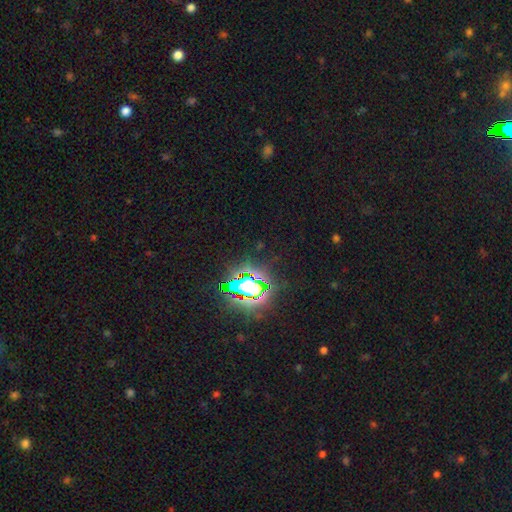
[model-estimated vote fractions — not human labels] Overall: star or artifact (82%).